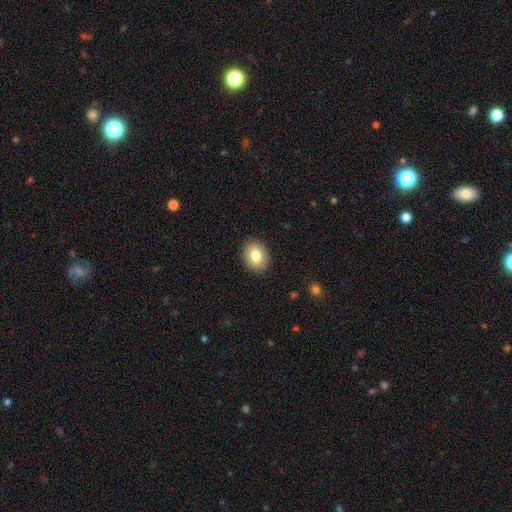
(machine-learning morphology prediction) The model was most divided on "how rounded": in between: 58%, round: 41%, cigar-shaped: 1%. More confident: merging — none (90%); smooth or featured — smooth (80%).